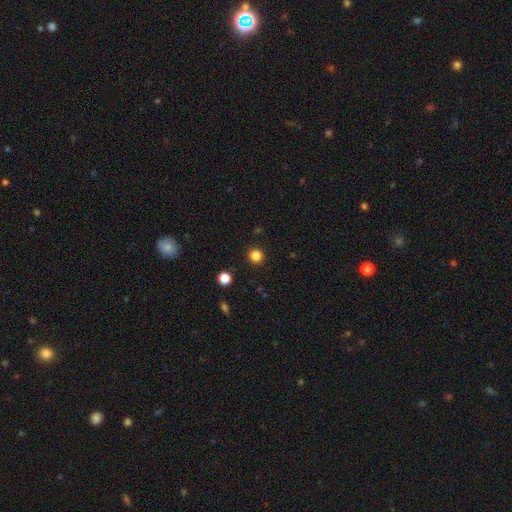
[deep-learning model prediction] Q: Smooth or featured?
A: smooth (84%); runner-up: star or artifact (13%)
Q: How rounded?
A: round (95%); runner-up: in between (4%)
Q: Merging?
A: none (93%); runner-up: minor disturbance (5%)